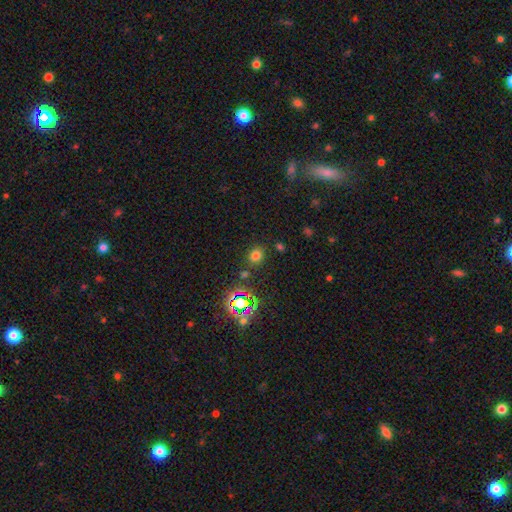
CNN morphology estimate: smooth-or-featured: smooth: 68% | star or artifact: 25% | featured or disk: 6%
  how-rounded: round: 74% | in between: 25% | cigar-shaped: 1%
  merging: none: 83% | minor disturbance: 8% | merger: 5% | major disturbance: 3%